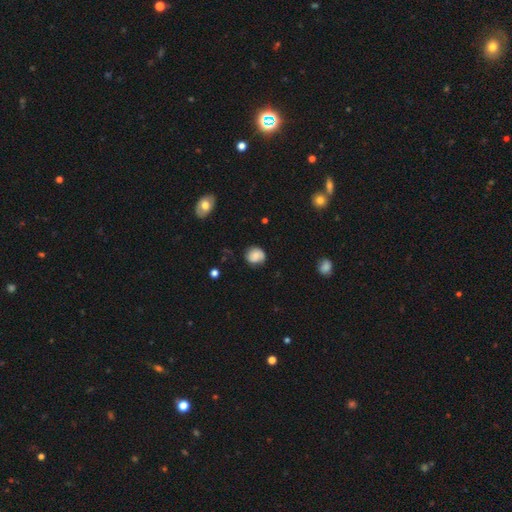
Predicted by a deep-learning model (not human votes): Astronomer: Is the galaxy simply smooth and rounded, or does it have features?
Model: smooth — 68%.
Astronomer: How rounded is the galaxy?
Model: round — 76%.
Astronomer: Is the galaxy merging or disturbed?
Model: none — 70%.